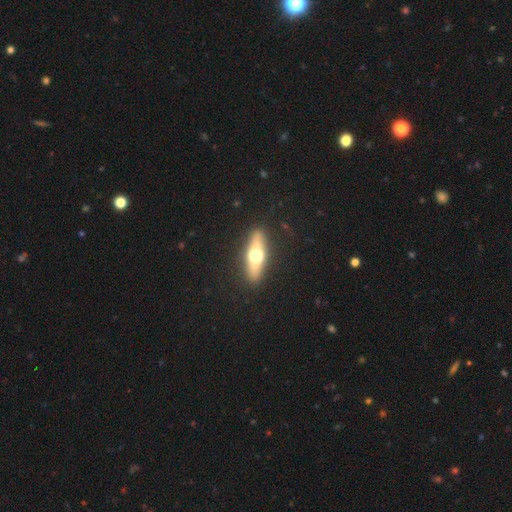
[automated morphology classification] Smooth or featured? Predicted: smooth (p=0.48). Merging? Predicted: none (p=0.89).